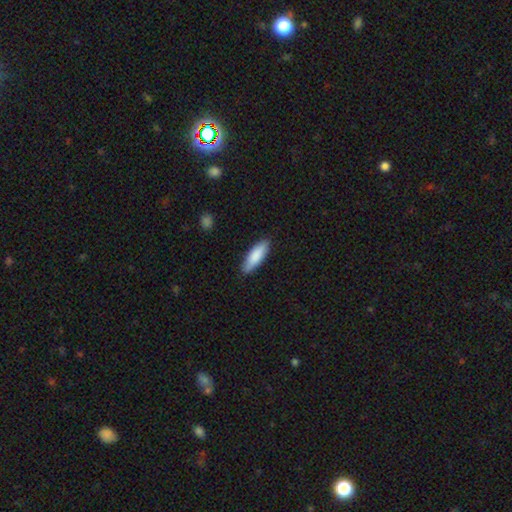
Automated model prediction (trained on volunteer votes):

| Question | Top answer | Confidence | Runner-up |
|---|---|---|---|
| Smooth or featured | smooth | 85% | featured or disk (9%) |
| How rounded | in between | 51% | cigar-shaped (47%) |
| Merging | none | 86% | minor disturbance (11%) |